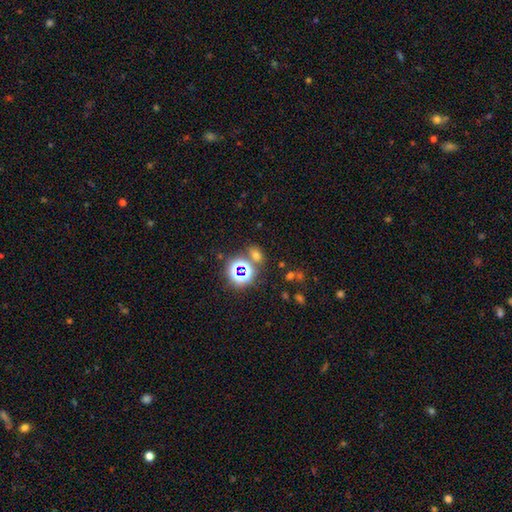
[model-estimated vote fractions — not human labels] Smooth or featured?
  - smooth: 55% *
  - star or artifact: 37%
  - featured or disk: 9%
How rounded?
  - in between: 60% *
  - round: 38%
  - cigar-shaped: 2%
Merging?
  - none: 72% *
  - merger: 14%
  - minor disturbance: 10%
  - major disturbance: 4%